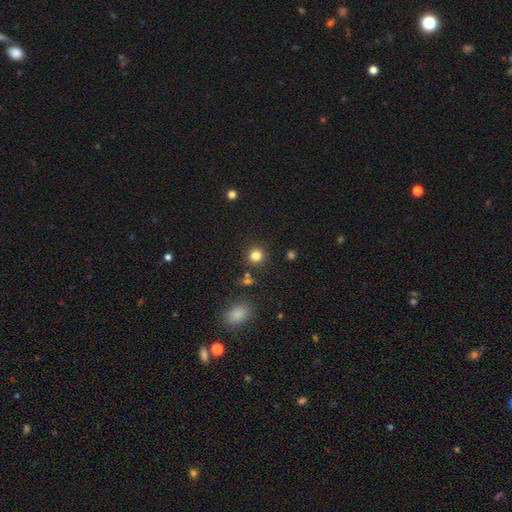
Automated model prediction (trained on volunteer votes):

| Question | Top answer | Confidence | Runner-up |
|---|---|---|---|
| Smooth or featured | smooth | 82% | star or artifact (13%) |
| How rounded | round | 92% | in between (8%) |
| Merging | none | 87% | minor disturbance (7%) |